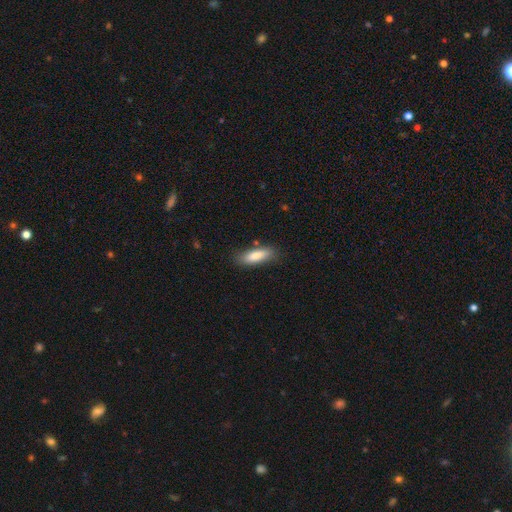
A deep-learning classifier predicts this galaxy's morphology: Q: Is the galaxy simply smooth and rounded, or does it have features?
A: smooth — 82%.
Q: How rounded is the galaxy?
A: in between — 57%.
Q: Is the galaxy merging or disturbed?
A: none — 80%.